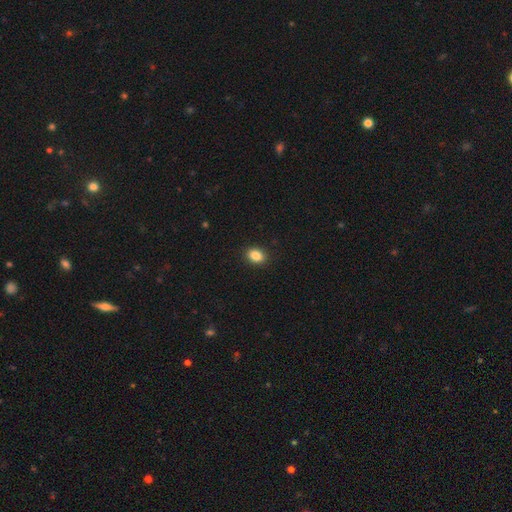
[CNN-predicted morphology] The model was most divided on "how rounded": in between: 64%, round: 35%, cigar-shaped: 1%. More confident: merging — none (91%); smooth or featured — smooth (86%).